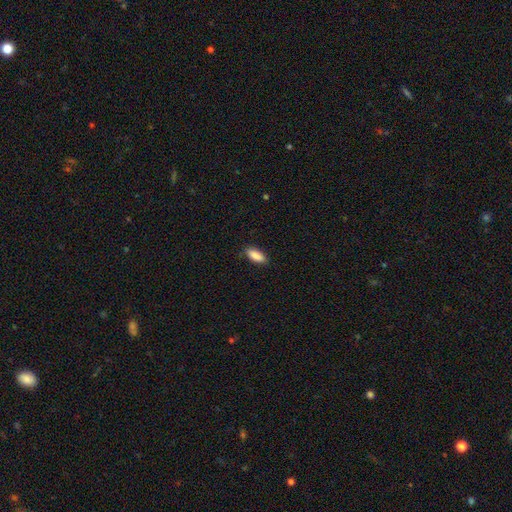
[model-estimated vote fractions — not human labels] Morphology: type=smooth (89%); roundness=in between (79%); merging=none (86%).